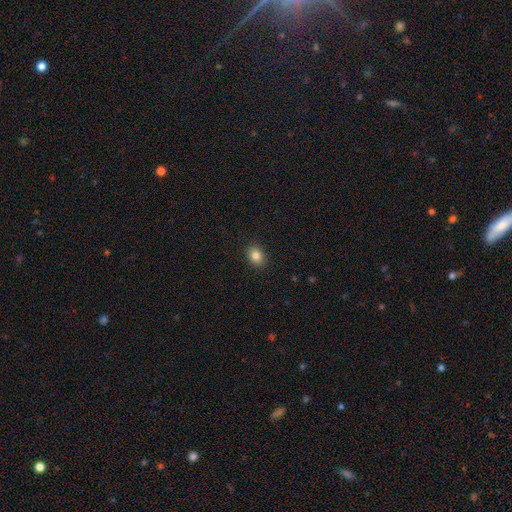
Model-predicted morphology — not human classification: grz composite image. It shows a smooth galaxy with no disk features (84%) that is in between round and cigar-shaped (58%). Merging: none (90%).